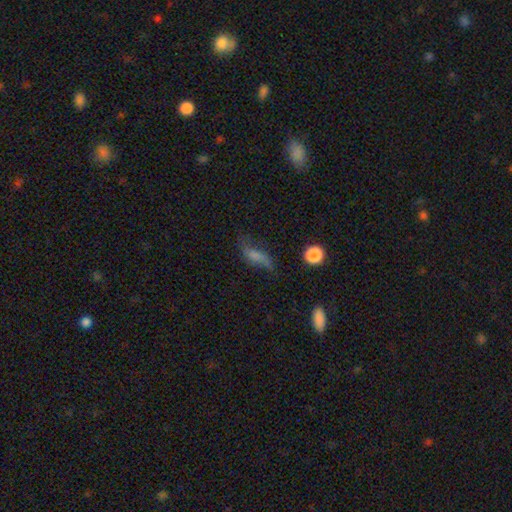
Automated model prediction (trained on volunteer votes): Overall: featured or disk (44%; smooth 42%). Merging: none (55%; minor disturbance 25%).